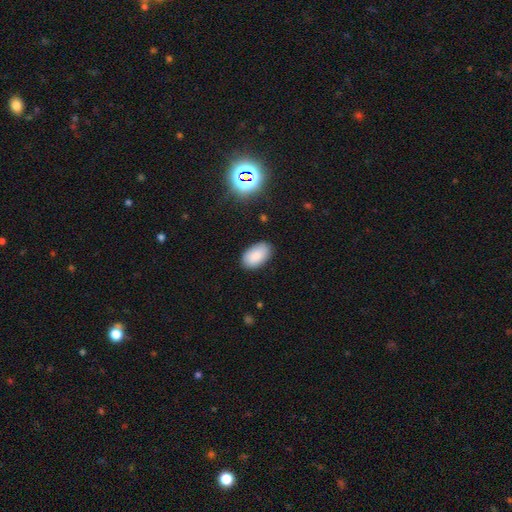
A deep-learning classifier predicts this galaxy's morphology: This appears to be a smooth galaxy with no disk features (87%) that is in between round and cigar-shaped (94%). Merging: none (85%).